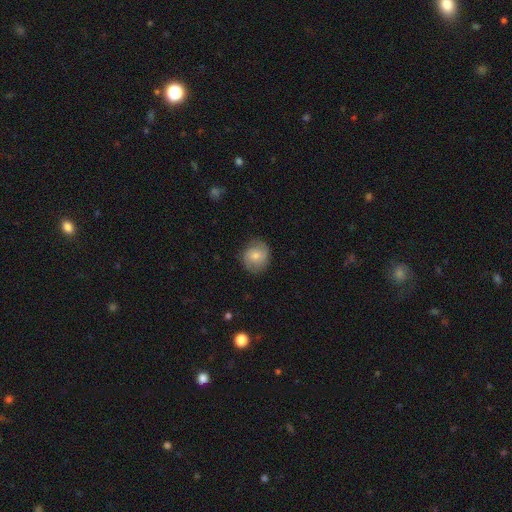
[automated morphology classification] A smooth galaxy with no disk features (64%) that is round (79%).

Vote fractions:
- Smooth or featured? smooth: 64% / featured or disk: 28% / star or artifact: 8%
- How rounded? round: 79% / in between: 20% / cigar-shaped: 1%
- Merging? none: 79% / minor disturbance: 16% / major disturbance: 4% / merger: 1%